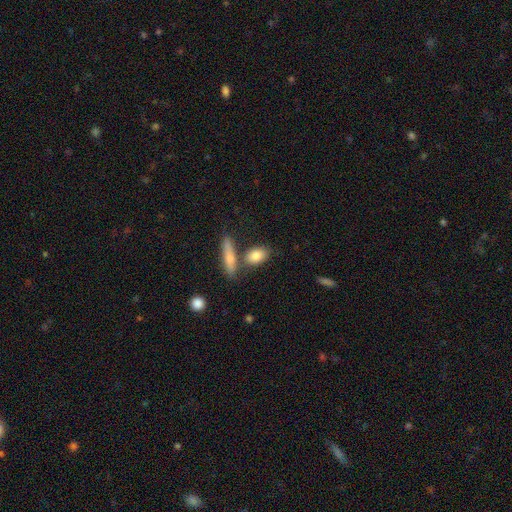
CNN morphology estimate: This is clearly a smooth galaxy (82%). How rounded: likely in between (75%). Merging: likely none (63%).